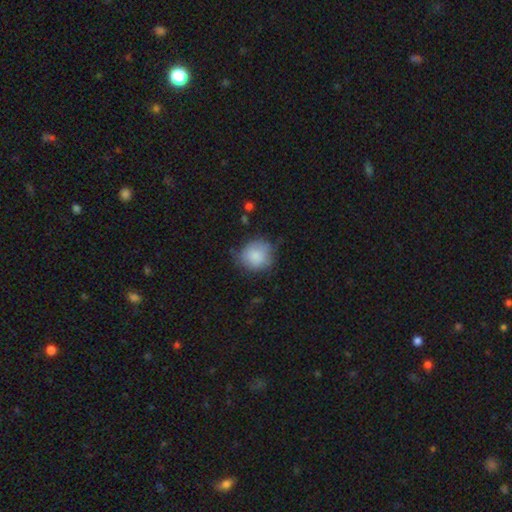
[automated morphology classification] smooth_or_featured: smooth (p=0.83) [alt: featured or disk p=0.10]
how_rounded: round (p=0.80) [alt: in between p=0.19]
merging: none (p=0.61) [alt: minor disturbance p=0.29]